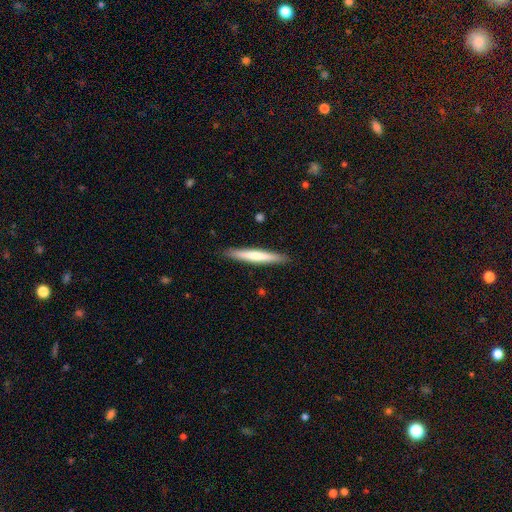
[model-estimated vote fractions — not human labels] smooth-or-featured: smooth: 60% | featured or disk: 35% | star or artifact: 5%
  how-rounded: cigar-shaped: 95% | in between: 4% | round: 1%
  merging: none: 91% | minor disturbance: 7% | major disturbance: 1% | merger: 1%